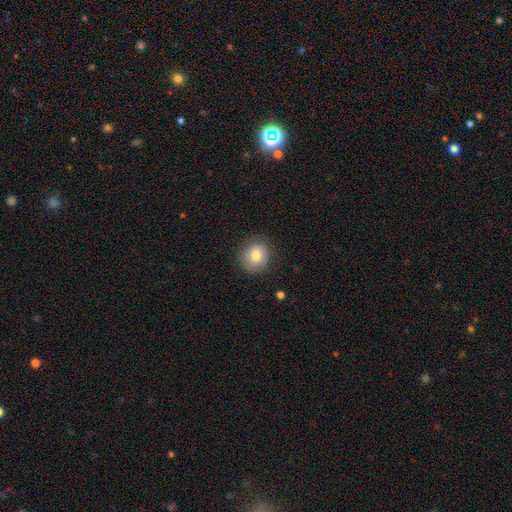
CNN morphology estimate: Q: Smooth or featured?
A: smooth (80%); runner-up: featured or disk (11%)
Q: How rounded?
A: round (81%); runner-up: in between (18%)
Q: Merging?
A: none (85%); runner-up: minor disturbance (11%)